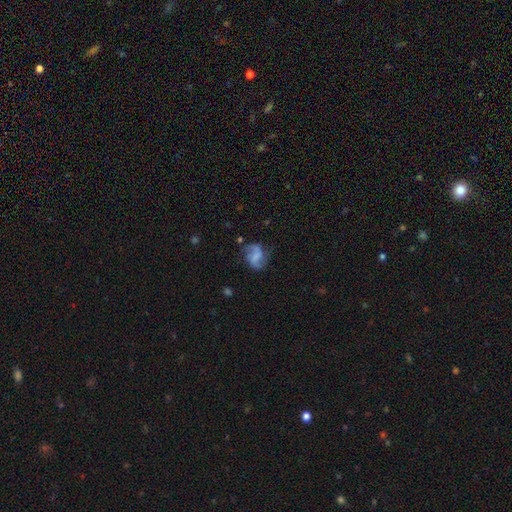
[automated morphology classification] type=featured or disk (67%); edge-on=no (98%); bar=weak (43%); spiral arms=yes (91%); winding=loose (52%); arm count=2 (86%); bulge=none (52%); merging=none (64%).